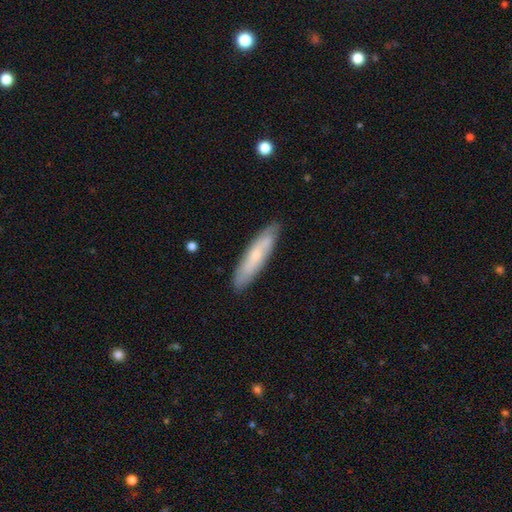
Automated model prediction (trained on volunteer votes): The model was most divided on "smooth or featured": smooth: 60%, featured or disk: 33%, star or artifact: 7%. More confident: merging — none (87%); how rounded — cigar-shaped (81%).